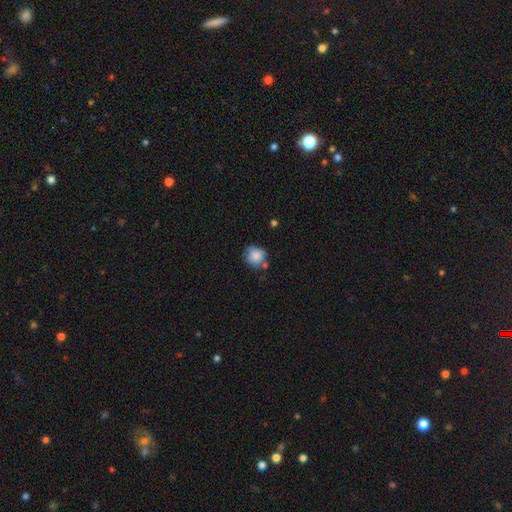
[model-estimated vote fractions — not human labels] Overall: smooth (84%). How rounded: round (88%). Merging: none (66%).